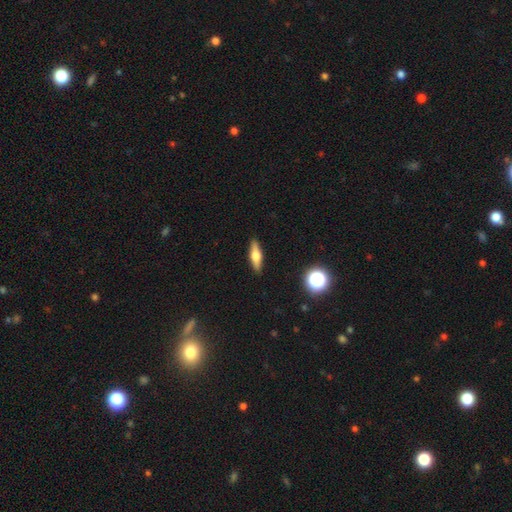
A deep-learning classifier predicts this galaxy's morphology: Smooth or featured?
  - smooth: 47% *
  - featured or disk: 45%
  - star or artifact: 8%
Merging?
  - none: 90% *
  - minor disturbance: 7%
  - major disturbance: 2%
  - merger: 1%